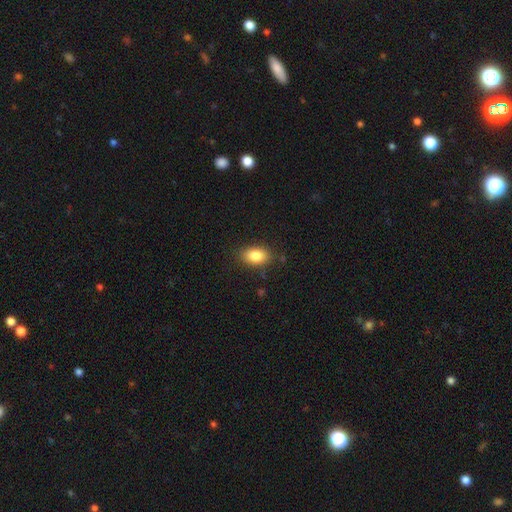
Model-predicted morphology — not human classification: The model was most divided on "merging": none: 84%, minor disturbance: 12%, major disturbance: 3%, merger: 1%. More confident: how rounded — in between (86%); smooth or featured — smooth (84%).